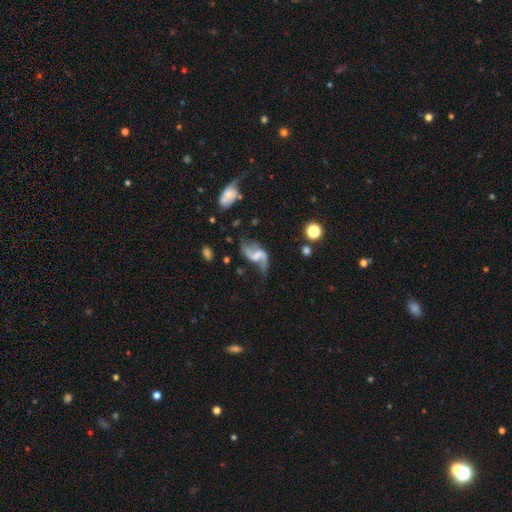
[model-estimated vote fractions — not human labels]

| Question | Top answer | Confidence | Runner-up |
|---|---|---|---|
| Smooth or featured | featured or disk | 86% | smooth (8%) |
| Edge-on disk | no | 97% | yes (3%) |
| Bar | weak | 49% | no (30%) |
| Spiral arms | yes | 94% | no (6%) |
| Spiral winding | loose | 84% | medium (14%) |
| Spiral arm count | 2 | 91% | 1 (4%) |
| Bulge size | none | 37% | small (35%) |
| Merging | none | 57% | minor disturbance (20%) |